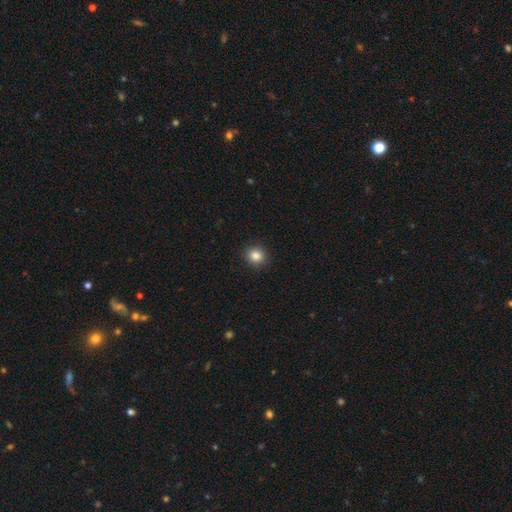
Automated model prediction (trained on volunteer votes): smooth_or_featured: smooth (p=0.85) [alt: star or artifact p=0.11]
how_rounded: round (p=0.85) [alt: in between p=0.14]
merging: none (p=0.91) [alt: minor disturbance p=0.06]